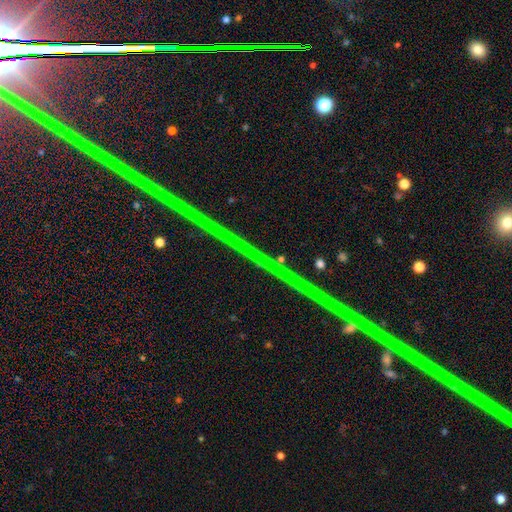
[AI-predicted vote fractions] Smooth or featured? Predicted: star or artifact (p=0.89).